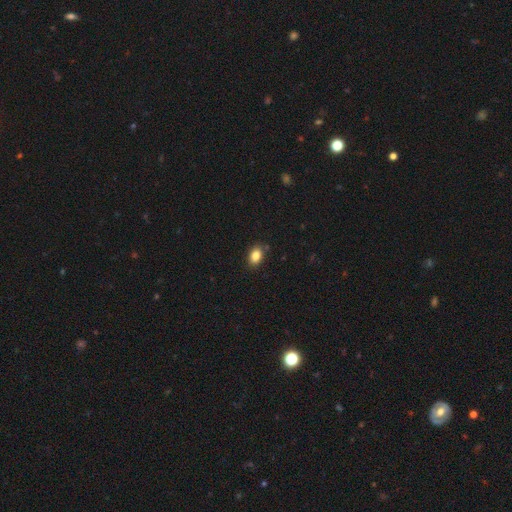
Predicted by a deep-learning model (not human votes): Q: Smooth or featured?
A: smooth (87%); runner-up: star or artifact (9%)
Q: How rounded?
A: in between (84%); runner-up: round (15%)
Q: Merging?
A: none (86%); runner-up: minor disturbance (10%)